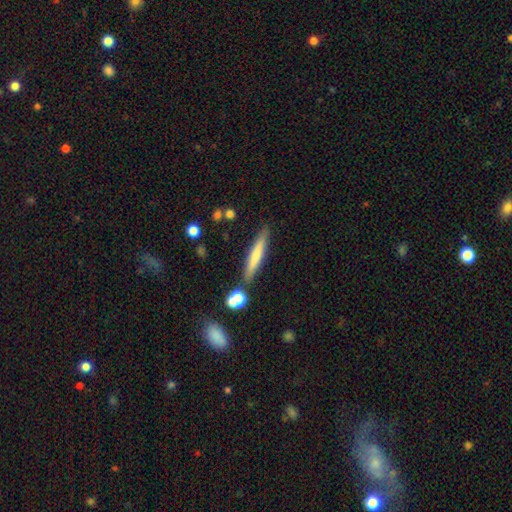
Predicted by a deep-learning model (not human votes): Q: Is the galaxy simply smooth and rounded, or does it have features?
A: smooth — 63%.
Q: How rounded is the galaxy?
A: cigar-shaped — 92%.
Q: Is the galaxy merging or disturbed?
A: none — 83%.